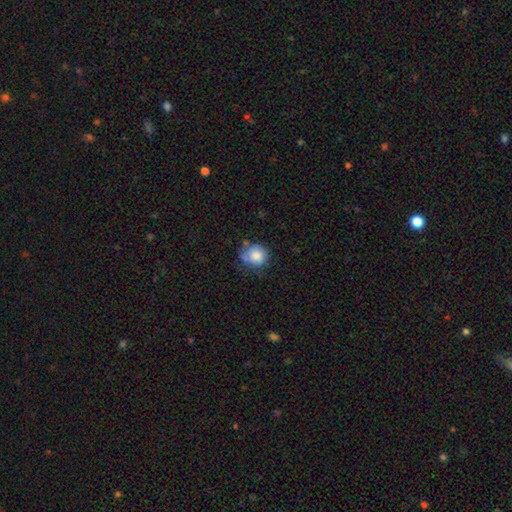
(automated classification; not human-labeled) smooth-or-featured: smooth: 76% | featured or disk: 16% | star or artifact: 8%
  how-rounded: round: 80% | in between: 19% | cigar-shaped: 1%
  merging: none: 52% | minor disturbance: 31% | major disturbance: 12% | merger: 5%